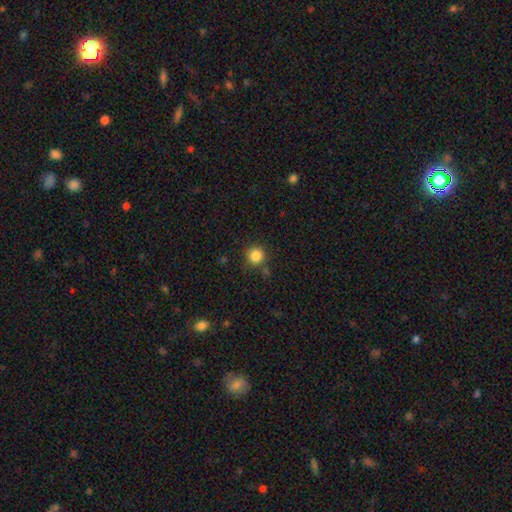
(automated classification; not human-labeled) Smooth or featured?
  - smooth: 85% *
  - star or artifact: 11%
  - featured or disk: 4%
How rounded?
  - round: 93% *
  - in between: 6%
  - cigar-shaped: 1%
Merging?
  - none: 81% *
  - minor disturbance: 11%
  - merger: 5%
  - major disturbance: 3%